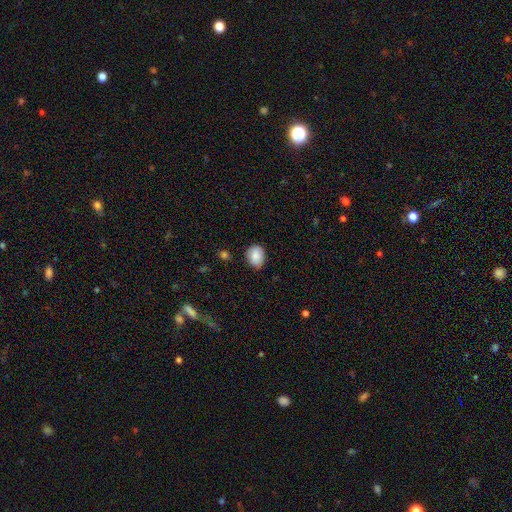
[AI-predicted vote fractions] The model was most divided on "how rounded": in between: 62%, round: 37%, cigar-shaped: 1%. More confident: smooth or featured — smooth (87%); merging — none (77%).